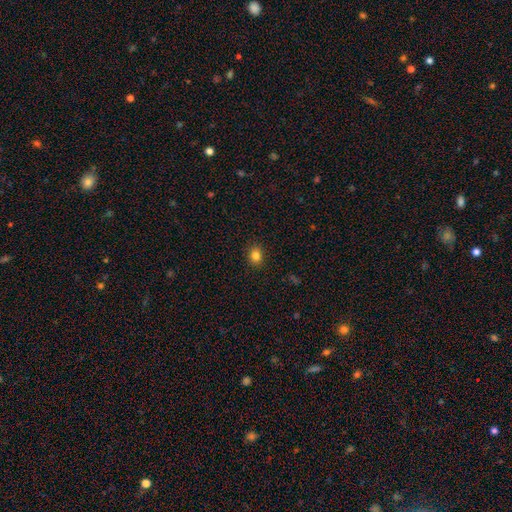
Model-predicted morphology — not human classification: Smooth or featured?
  - smooth: 83% *
  - star or artifact: 12%
  - featured or disk: 5%
How rounded?
  - round: 61% *
  - in between: 38%
  - cigar-shaped: 1%
Merging?
  - none: 90% *
  - minor disturbance: 7%
  - major disturbance: 2%
  - merger: 1%